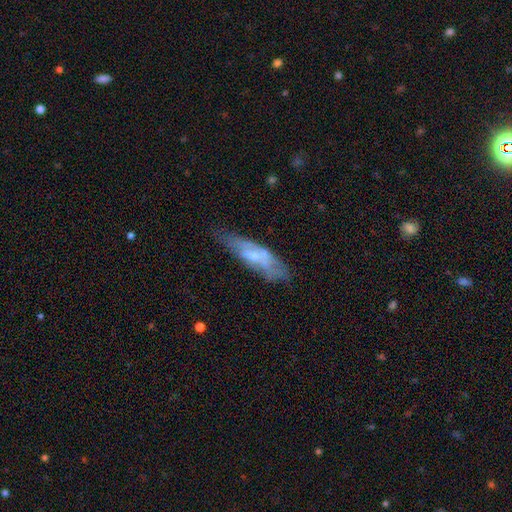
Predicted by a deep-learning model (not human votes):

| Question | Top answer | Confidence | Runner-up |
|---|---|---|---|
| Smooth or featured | featured or disk | 53% | smooth (40%) |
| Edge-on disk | no | 66% | yes (34%) |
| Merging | none | 54% | minor disturbance (29%) |